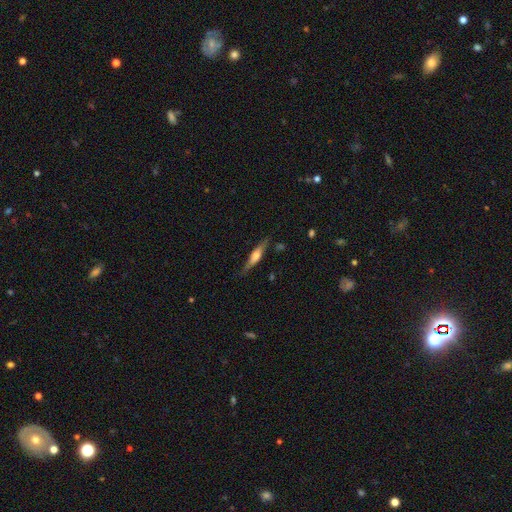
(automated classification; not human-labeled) smooth-or-featured: featured or disk: 59% | smooth: 35% | star or artifact: 6%
  disk-edge-on: yes: 93% | no: 7%
    edge-on-bulge: rounded: 81% | boxy: 13% | none: 6%
  merging: none: 79% | minor disturbance: 16% | major disturbance: 4% | merger: 2%